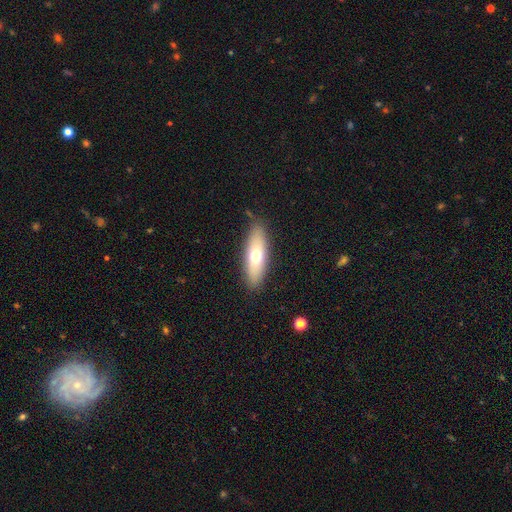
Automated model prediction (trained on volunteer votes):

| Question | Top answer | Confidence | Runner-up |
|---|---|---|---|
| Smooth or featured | smooth | 65% | featured or disk (28%) |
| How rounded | in between | 56% | cigar-shaped (41%) |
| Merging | none | 85% | minor disturbance (11%) |